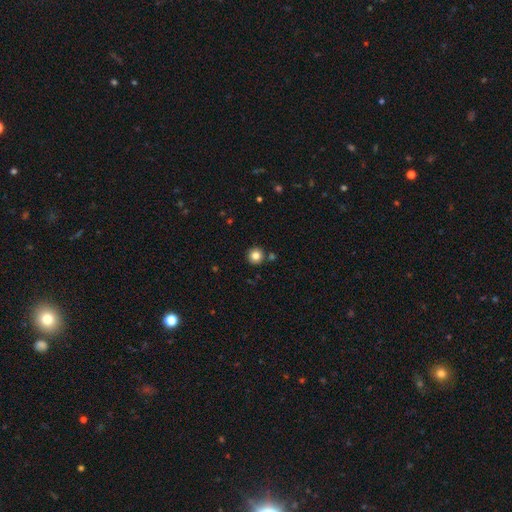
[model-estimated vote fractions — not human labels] Smooth or featured? smooth (83%)
How rounded? round (95%)
Merging? none (86%)